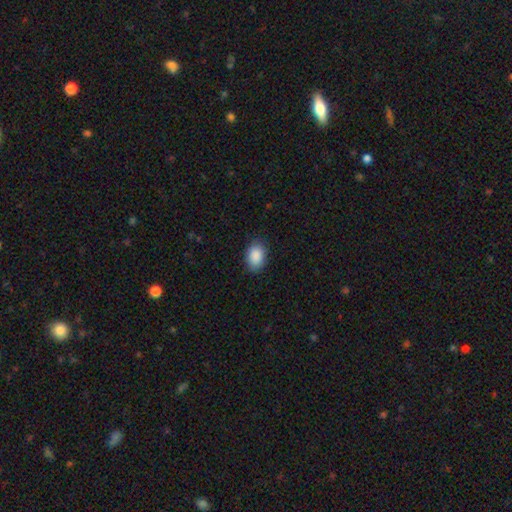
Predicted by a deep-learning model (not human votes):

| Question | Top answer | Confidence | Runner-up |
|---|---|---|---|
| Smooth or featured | smooth | 89% | star or artifact (7%) |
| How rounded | in between | 85% | round (14%) |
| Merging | none | 85% | minor disturbance (12%) |